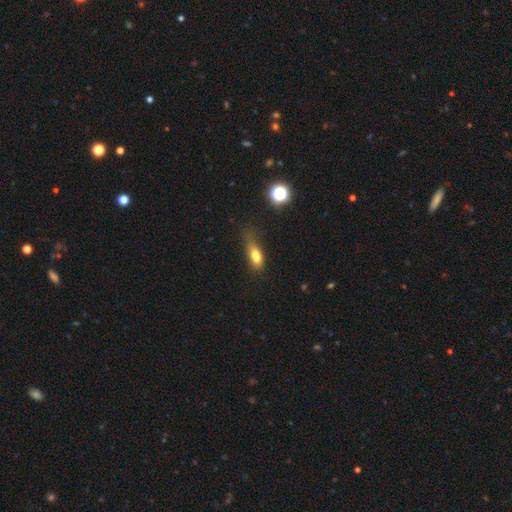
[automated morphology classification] Smooth or featured? Predicted: smooth (p=0.74). How rounded? Predicted: in between (p=0.70). Merging? Predicted: none (p=0.36).